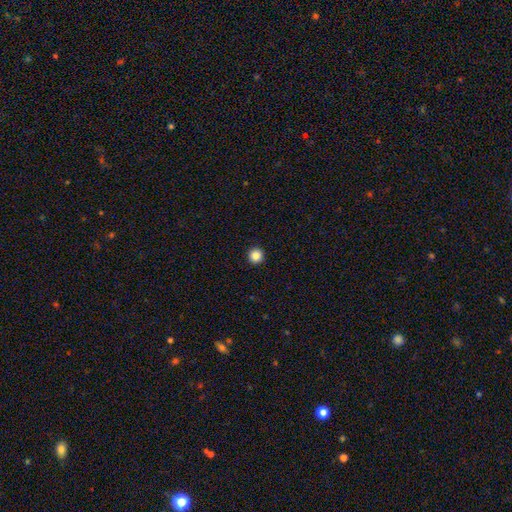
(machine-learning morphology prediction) smooth 86%, star or artifact 11%, featured or disk 3%. Down the decision tree: how rounded — round (96%); merging — none (94%).